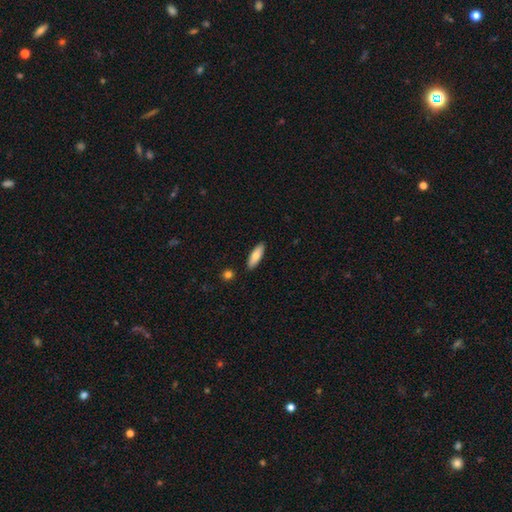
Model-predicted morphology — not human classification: Smooth or featured? smooth (77%)
How rounded? in between (57%)
Merging? none (89%)